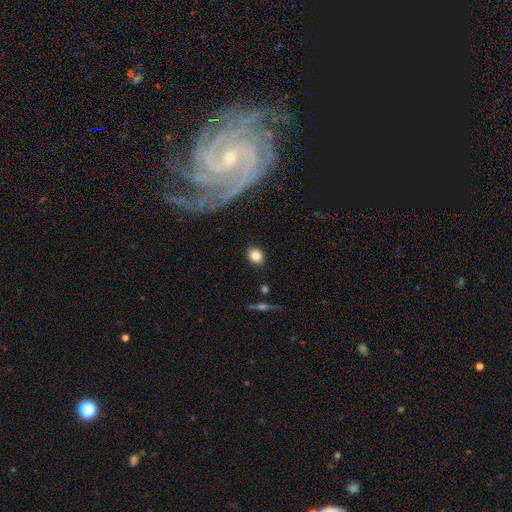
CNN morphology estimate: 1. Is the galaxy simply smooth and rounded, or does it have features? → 84% smooth, 9% star or artifact, 7% featured or disk.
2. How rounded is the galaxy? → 58% round, 40% in between, 2% cigar-shaped.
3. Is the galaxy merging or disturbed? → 85% none, 11% minor disturbance, 3% major disturbance, 2% merger.